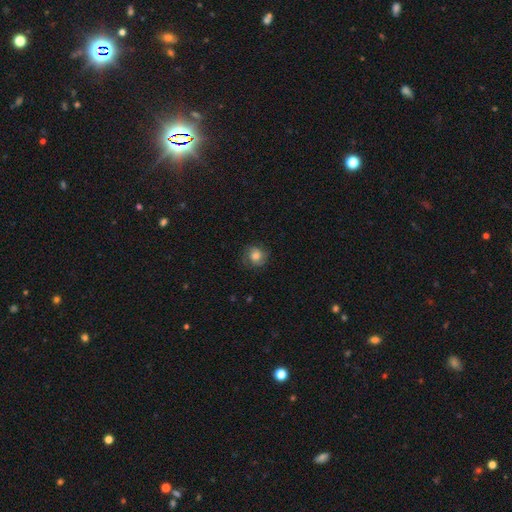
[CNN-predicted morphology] This appears to be a smooth galaxy with no disk features (56%) that is round (81%). Merging: none (75%).